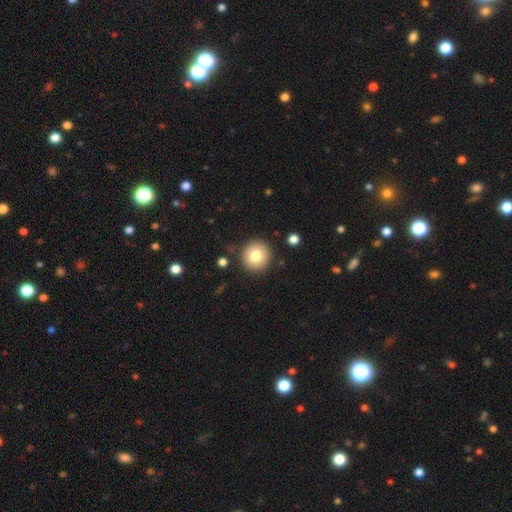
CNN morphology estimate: smooth 77%, featured or disk 13%, star or artifact 10%. Down the decision tree: how rounded — round (94%); merging — none (89%).